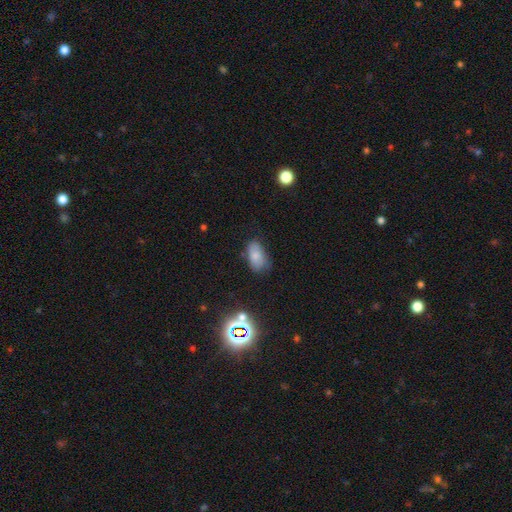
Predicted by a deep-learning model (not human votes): smooth_or_featured: smooth (p=0.78) [alt: featured or disk p=0.11]
how_rounded: in between (p=0.93) [alt: round p=0.05]
merging: none (p=0.67) [alt: minor disturbance p=0.24]